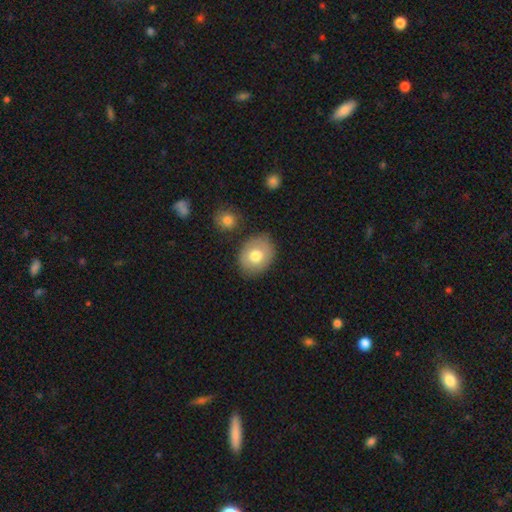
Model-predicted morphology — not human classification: A smooth galaxy with no disk features (75%) that is in between round and cigar-shaped (58%).

Vote fractions:
- Smooth or featured? smooth: 75% / featured or disk: 18% / star or artifact: 7%
- How rounded? in between: 58% / round: 41% / cigar-shaped: 1%
- Merging? none: 80% / minor disturbance: 12% / merger: 5% / major disturbance: 3%